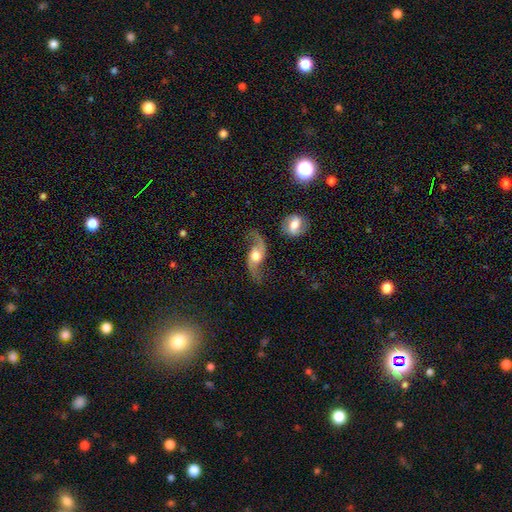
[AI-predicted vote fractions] smooth_or_featured: featured or disk (p=0.83) [alt: smooth p=0.11]
disk_edge_on: no (p=0.91) [alt: yes p=0.09]
bar: no (p=0.61) [alt: weak p=0.29]
has_spiral_arms: yes (p=0.94) [alt: no p=0.06]
spiral_winding: loose (p=0.86) [alt: medium p=0.11]
spiral_arm_count: 2 (p=0.93) [alt: 1 p=0.02]
bulge_size: moderate (p=0.57) [alt: large p=0.29]
merging: none (p=0.69) [alt: minor disturbance p=0.17]